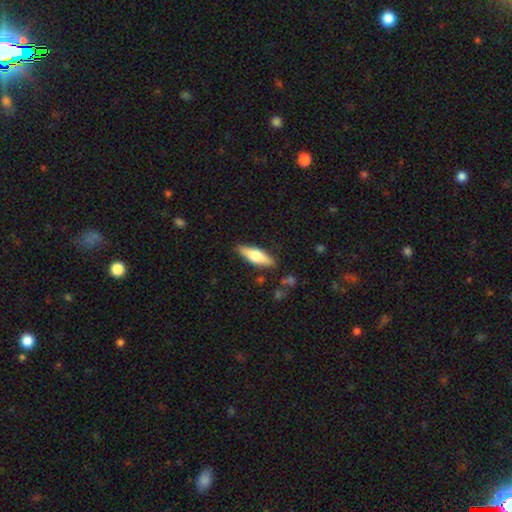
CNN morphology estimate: Overall: smooth (56%; featured or disk 39%). How rounded: in between (51%; cigar-shaped 47%). Merging: none (85%).